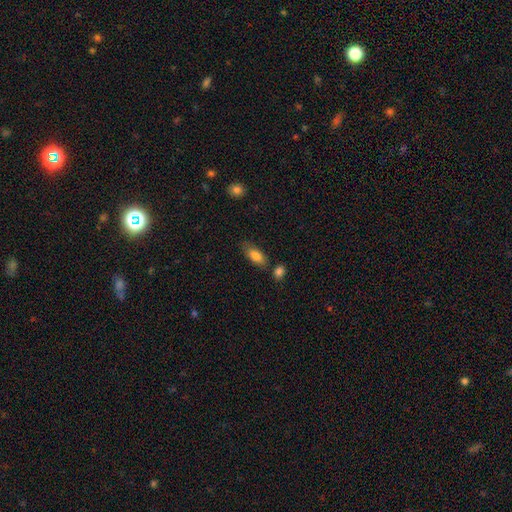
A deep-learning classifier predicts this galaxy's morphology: type=smooth (82%); roundness=in between (84%); merging=none (66%).